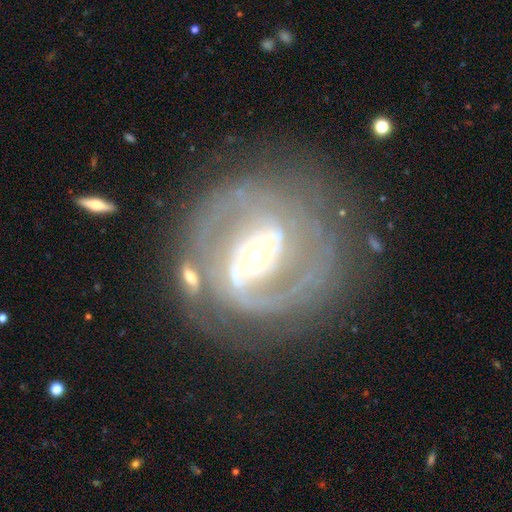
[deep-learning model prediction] featured or disk 86%, smooth 8%, star or artifact 6%. Down the decision tree: edge-on disk — no (96%); bar — strong (45%); spiral arms — yes (91%); spiral arm count — 2 (65%); spiral winding — tight (51%); bulge size — moderate (55%); merging — none (72%).